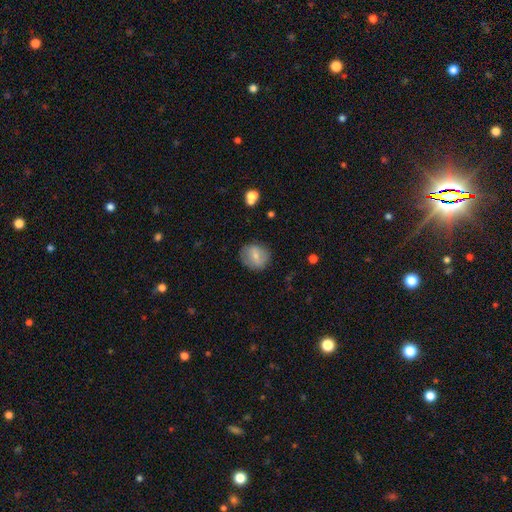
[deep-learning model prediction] Overall: smooth (64%; featured or disk 28%). How rounded: round (72%). Merging: none (82%).